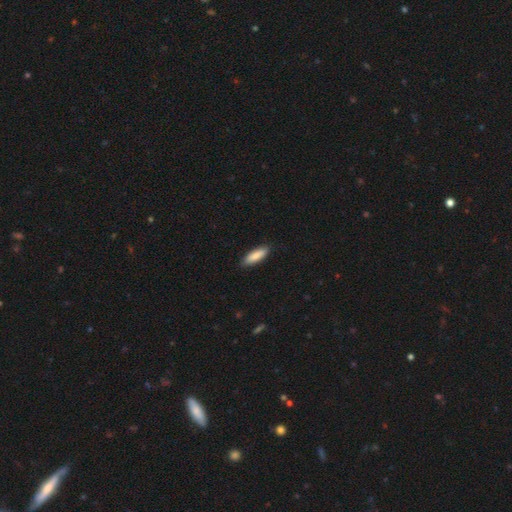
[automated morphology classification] Smooth or featured? smooth (87%)
How rounded? in between (50%)
Merging? none (87%)